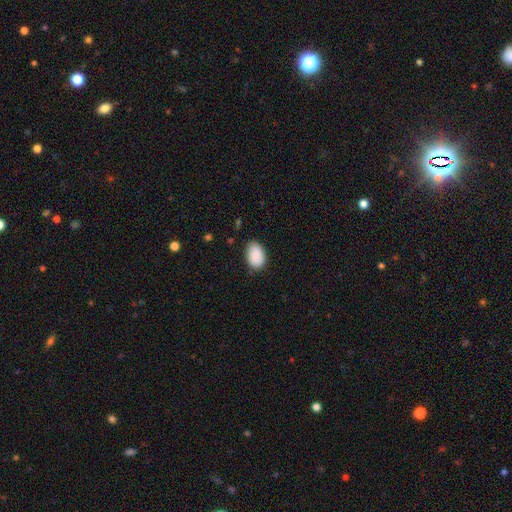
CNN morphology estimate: smooth_or_featured: smooth (p=0.84) [alt: featured or disk p=0.09]
how_rounded: in between (p=0.89) [alt: round p=0.10]
merging: none (p=0.76) [alt: minor disturbance p=0.20]